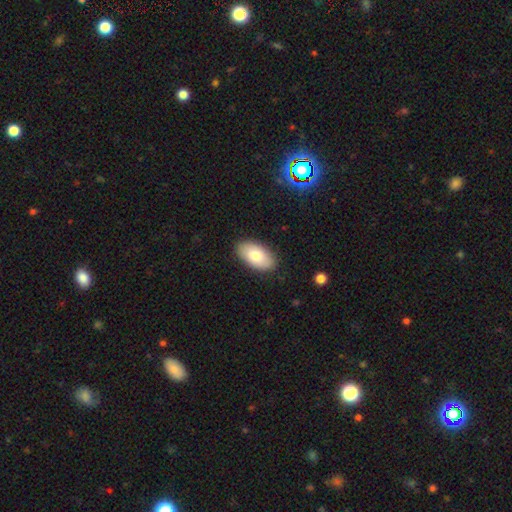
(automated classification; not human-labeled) Smooth or featured: smooth — 79% (featured or disk — 16%)
How rounded: in between — 95% (round — 3%)
Merging: none — 88% (minor disturbance — 9%)